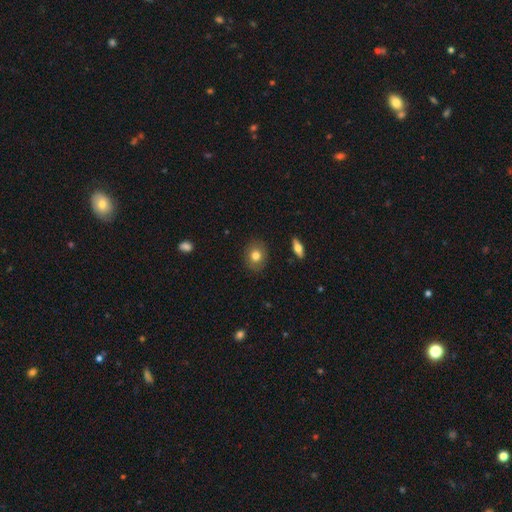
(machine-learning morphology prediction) Smooth or featured? smooth (76%)
How rounded? round (60%)
Merging? none (88%)